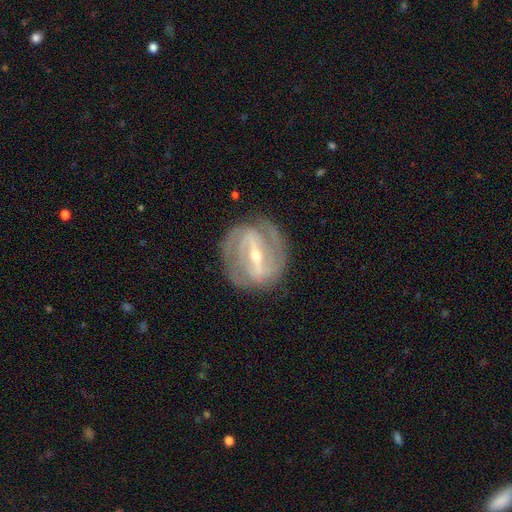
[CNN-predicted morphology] smooth_or_featured: featured or disk (p=0.88) [alt: smooth p=0.07]
disk_edge_on: no (p=0.94) [alt: yes p=0.06]
bar: strong (p=0.73) [alt: weak p=0.22]
has_spiral_arms: yes (p=0.92) [alt: no p=0.08]
spiral_winding: tight (p=0.53) [alt: medium p=0.37]
spiral_arm_count: 2 (p=0.64) [alt: can't tell p=0.15]
bulge_size: small (p=0.59) [alt: moderate p=0.39]
merging: none (p=0.79) [alt: minor disturbance p=0.13]